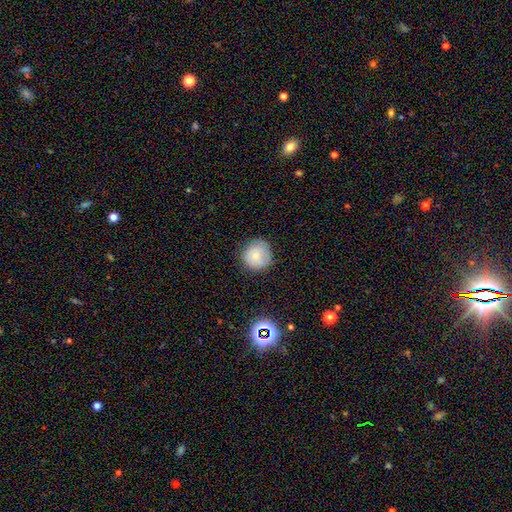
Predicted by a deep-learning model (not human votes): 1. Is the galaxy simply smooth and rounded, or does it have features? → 77% smooth, 13% featured or disk, 10% star or artifact.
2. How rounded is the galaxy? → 93% round, 6% in between, 1% cigar-shaped.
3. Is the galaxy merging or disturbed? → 79% none, 15% minor disturbance, 4% major disturbance, 1% merger.